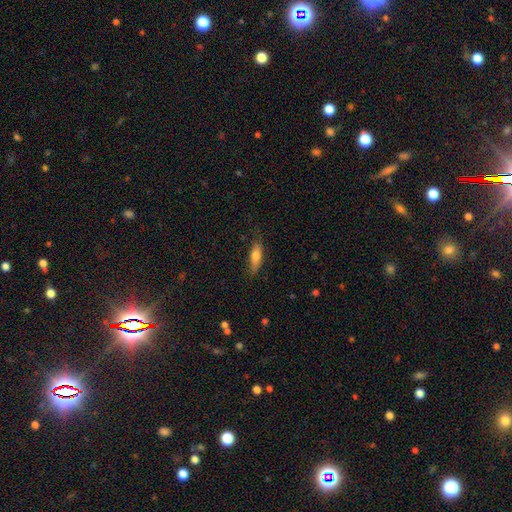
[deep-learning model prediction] Smooth or featured: smooth — 72% (featured or disk — 21%)
How rounded: in between — 54% (cigar-shaped — 43%)
Merging: none — 74% (minor disturbance — 20%)